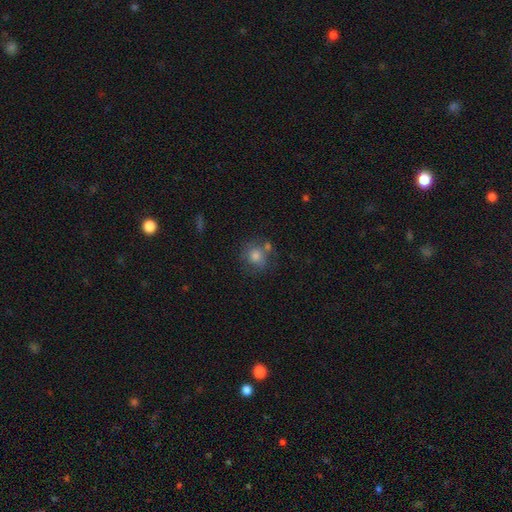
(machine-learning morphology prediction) smooth_or_featured: smooth (p=0.70) [alt: featured or disk p=0.17]
how_rounded: round (p=0.83) [alt: in between p=0.16]
merging: none (p=0.61) [alt: minor disturbance p=0.17]